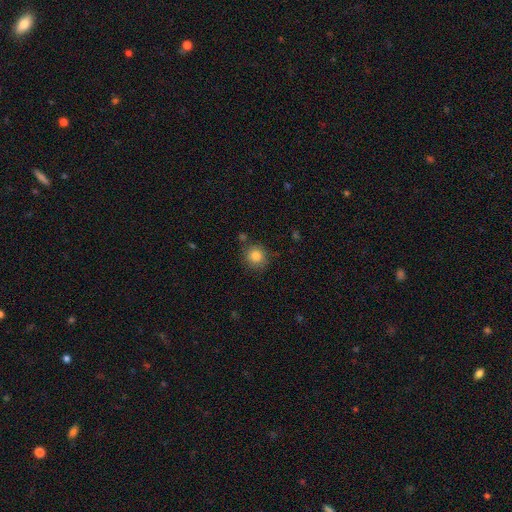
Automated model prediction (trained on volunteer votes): Smooth or featured? Predicted: smooth (p=0.83). How rounded? Predicted: round (p=0.91). Merging? Predicted: none (p=0.82).